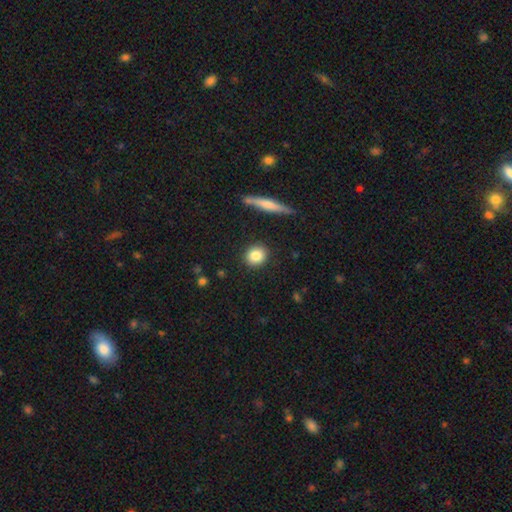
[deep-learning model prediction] This is clearly a smooth galaxy (84%). How rounded: clearly round (80%). Merging: clearly none (89%).